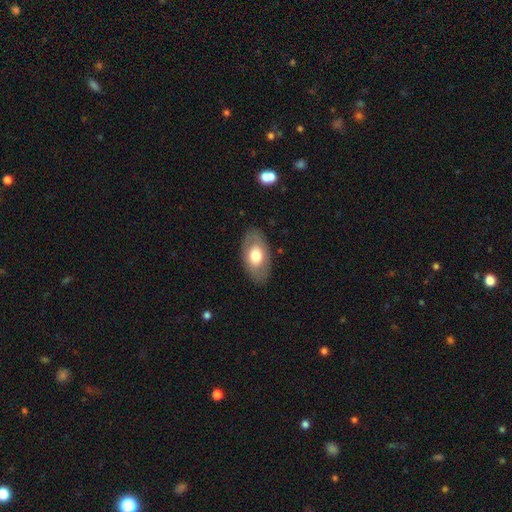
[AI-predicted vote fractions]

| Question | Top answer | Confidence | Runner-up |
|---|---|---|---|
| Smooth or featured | smooth | 63% | featured or disk (31%) |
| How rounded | in between | 93% | round (6%) |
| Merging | none | 84% | minor disturbance (12%) |